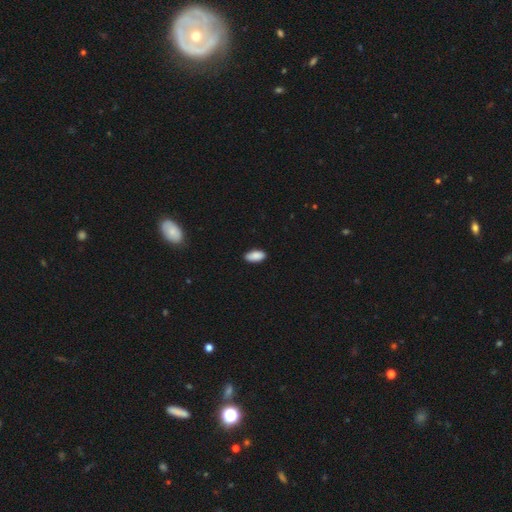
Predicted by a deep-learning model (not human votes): smooth-or-featured: smooth: 89% | star or artifact: 7% | featured or disk: 4%
  how-rounded: in between: 91% | cigar-shaped: 7% | round: 2%
  merging: none: 88% | minor disturbance: 10% | major disturbance: 2% | merger: 1%